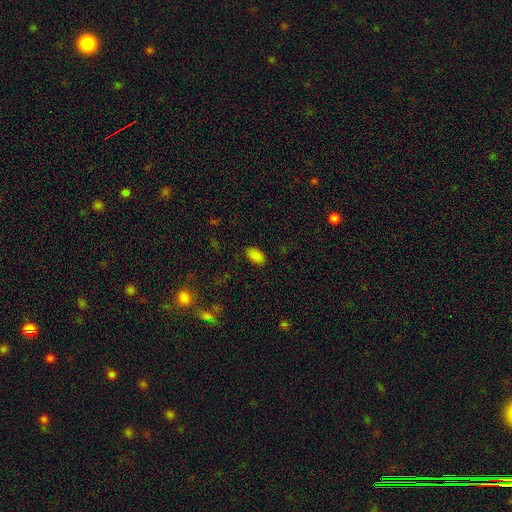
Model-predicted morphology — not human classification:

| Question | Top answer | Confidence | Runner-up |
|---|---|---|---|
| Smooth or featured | smooth | 86% | star or artifact (11%) |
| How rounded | in between | 94% | round (4%) |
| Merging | none | 87% | minor disturbance (9%) |